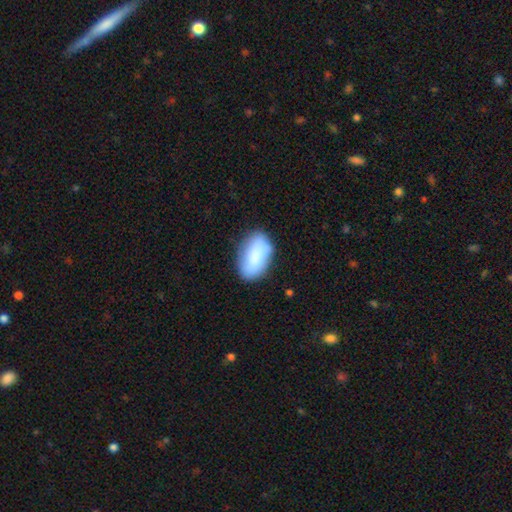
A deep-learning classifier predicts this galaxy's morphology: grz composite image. It shows a smooth galaxy with no disk features (82%) that is in between round and cigar-shaped (94%). Merging: none (73%).